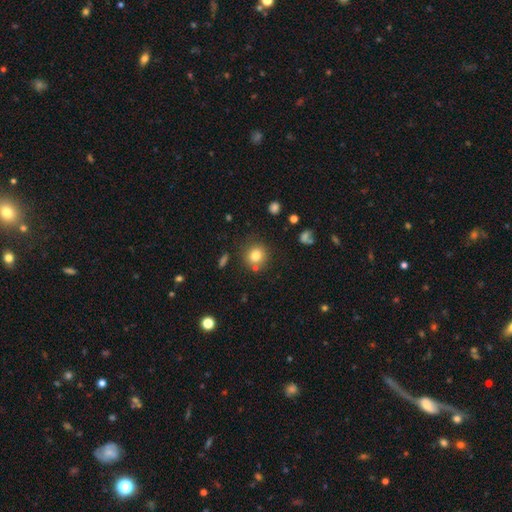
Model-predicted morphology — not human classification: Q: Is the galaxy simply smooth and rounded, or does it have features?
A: smooth — 80%.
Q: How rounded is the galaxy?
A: round — 88%.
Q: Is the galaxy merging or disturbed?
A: none — 77%.